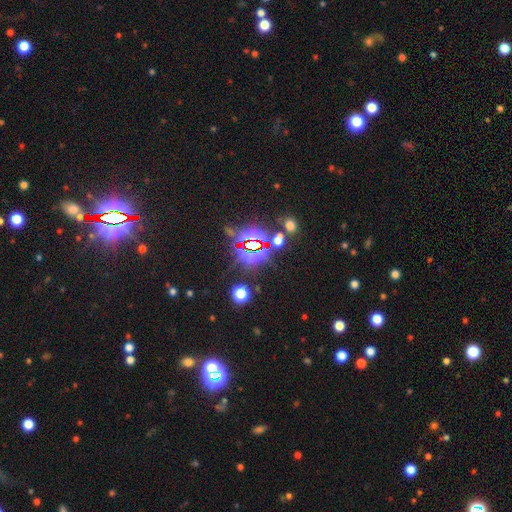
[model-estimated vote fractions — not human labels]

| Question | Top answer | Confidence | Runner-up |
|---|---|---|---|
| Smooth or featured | star or artifact | 83% | smooth (10%) |